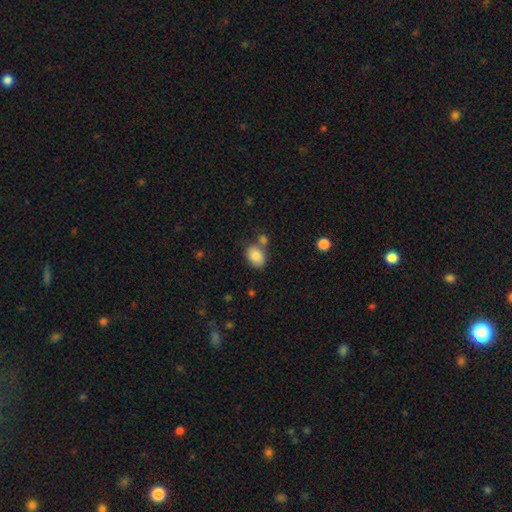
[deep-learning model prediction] Smooth or featured?
  - smooth: 85% *
  - star or artifact: 8%
  - featured or disk: 7%
How rounded?
  - in between: 68% *
  - round: 31%
  - cigar-shaped: 1%
Merging?
  - none: 58% *
  - merger: 21%
  - minor disturbance: 16%
  - major disturbance: 5%